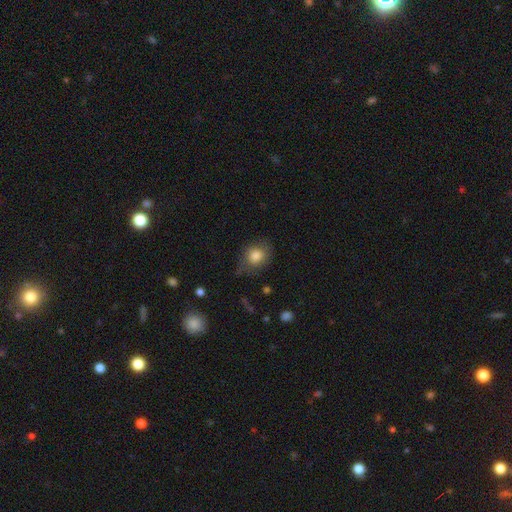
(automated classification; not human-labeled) Morphology: type=smooth (81%); roundness=round (58%); merging=none (59%).